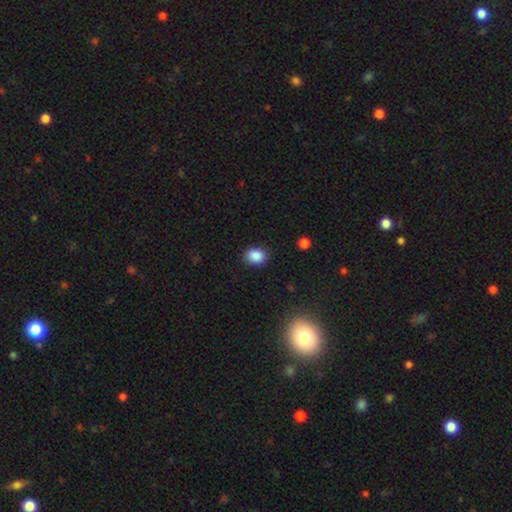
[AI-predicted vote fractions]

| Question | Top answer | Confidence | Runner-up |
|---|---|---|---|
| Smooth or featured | smooth | 88% | star or artifact (9%) |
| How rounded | in between | 57% | round (42%) |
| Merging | none | 87% | minor disturbance (9%) |